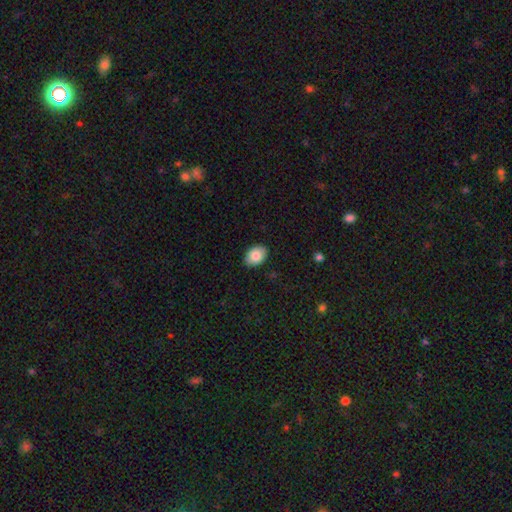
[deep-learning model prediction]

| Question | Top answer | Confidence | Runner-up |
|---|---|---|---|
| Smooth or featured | smooth | 85% | featured or disk (8%) |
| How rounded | in between | 80% | round (19%) |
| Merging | none | 88% | minor disturbance (9%) |